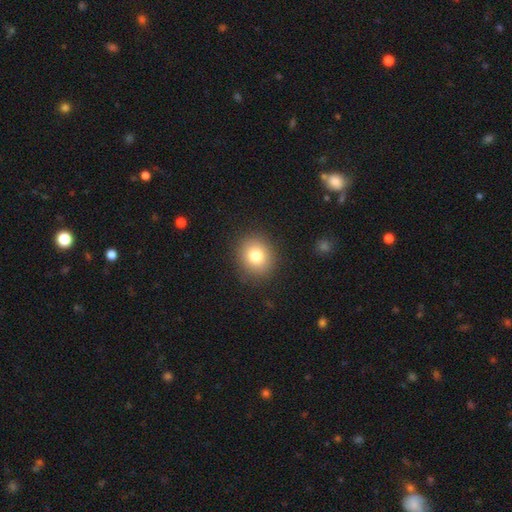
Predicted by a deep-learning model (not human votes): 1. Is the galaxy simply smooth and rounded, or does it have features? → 80% smooth, 11% star or artifact, 9% featured or disk.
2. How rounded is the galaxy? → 76% round, 23% in between, 1% cigar-shaped.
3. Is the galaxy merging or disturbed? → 89% none, 7% minor disturbance, 3% major disturbance, 1% merger.